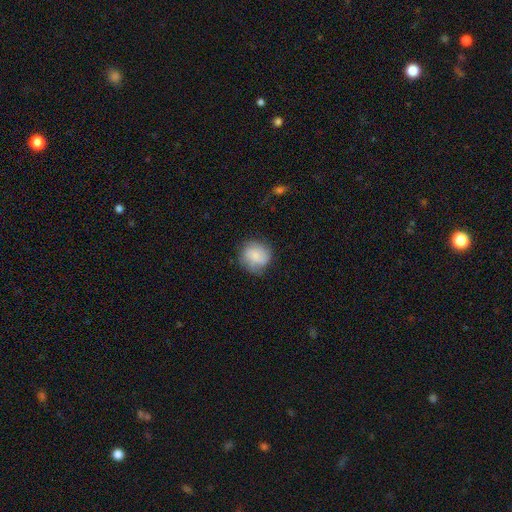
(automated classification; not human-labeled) smooth 69%, featured or disk 23%, star or artifact 8%. Down the decision tree: how rounded — round (86%); merging — none (71%).